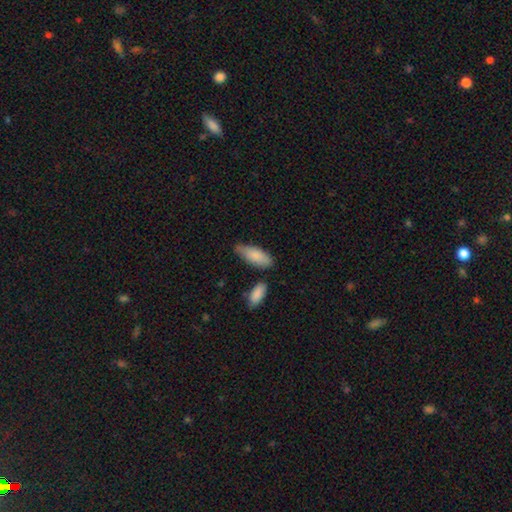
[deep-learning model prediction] This appears to be a smooth galaxy with no disk features (83%) that is in between round and cigar-shaped (78%). Merging: none (60%).